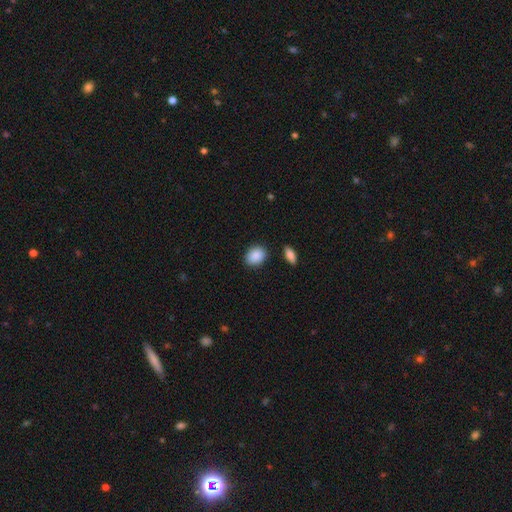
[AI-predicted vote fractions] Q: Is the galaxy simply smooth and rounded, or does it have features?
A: smooth — 90%.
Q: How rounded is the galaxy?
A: in between — 66%.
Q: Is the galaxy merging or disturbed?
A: none — 85%.